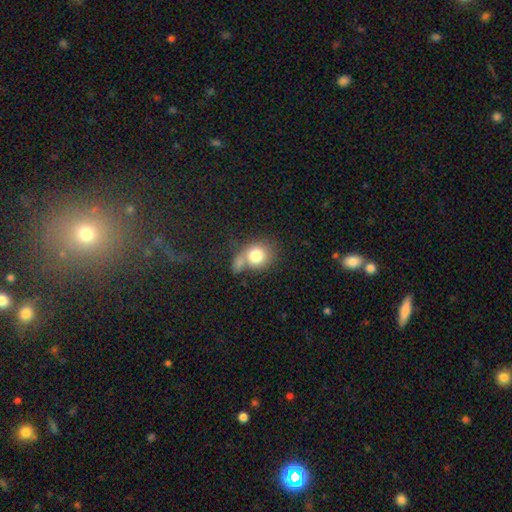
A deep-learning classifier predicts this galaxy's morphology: A smooth galaxy with no disk features (78%) that is round (73%).

Vote fractions:
- Smooth or featured? smooth: 78% / featured or disk: 13% / star or artifact: 9%
- How rounded? round: 73% / in between: 26% / cigar-shaped: 1%
- Merging? merger: 37% (tied) / none: 37% (tied) / minor disturbance: 15% / major disturbance: 10%